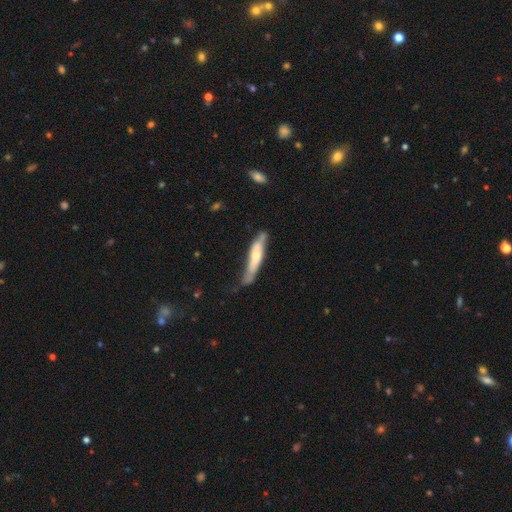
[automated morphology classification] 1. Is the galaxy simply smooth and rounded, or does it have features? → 49% featured or disk, 46% smooth, 5% star or artifact.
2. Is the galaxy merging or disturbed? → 52% none, 32% minor disturbance, 11% major disturbance, 5% merger.